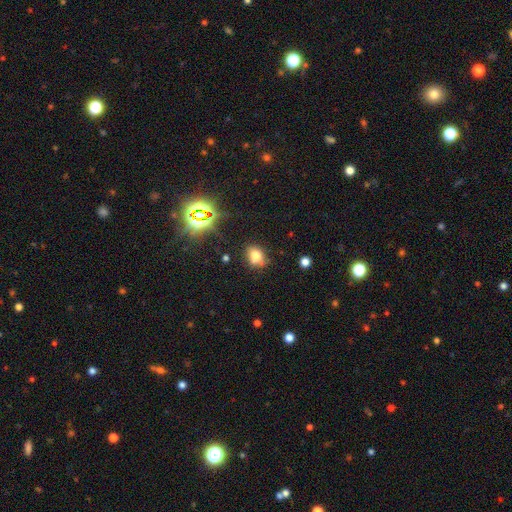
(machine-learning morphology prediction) A smooth galaxy with no disk features (68%) that is in between round and cigar-shaped (57%).

Vote fractions:
- Smooth or featured? smooth: 68% / star or artifact: 20% / featured or disk: 12%
- How rounded? in between: 57% / round: 42% / cigar-shaped: 1%
- Merging? none: 68% / minor disturbance: 21% / merger: 6% / major disturbance: 5%